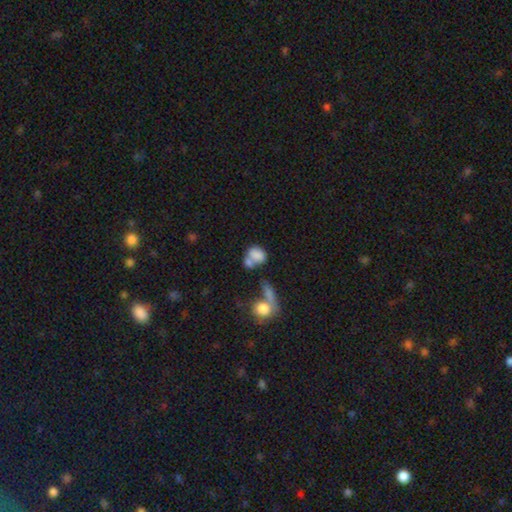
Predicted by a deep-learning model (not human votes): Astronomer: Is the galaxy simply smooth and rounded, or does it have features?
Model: smooth — 75%.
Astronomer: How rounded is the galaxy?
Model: in between — 65%.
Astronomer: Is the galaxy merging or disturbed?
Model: merger — 51% (runner-up: none, 27%).